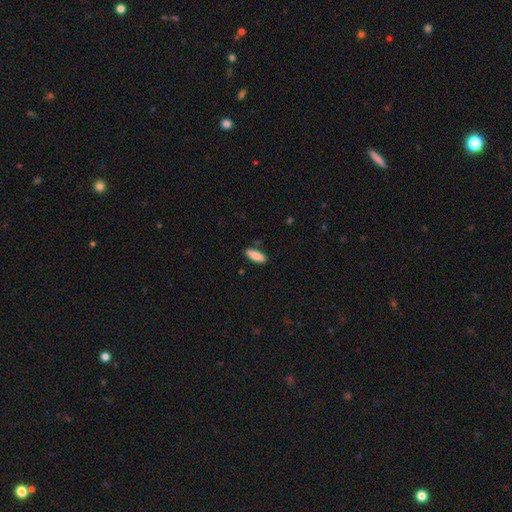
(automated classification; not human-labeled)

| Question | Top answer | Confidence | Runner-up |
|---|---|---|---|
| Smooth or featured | smooth | 88% | featured or disk (6%) |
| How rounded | in between | 67% | cigar-shaped (32%) |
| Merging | none | 84% | minor disturbance (11%) |